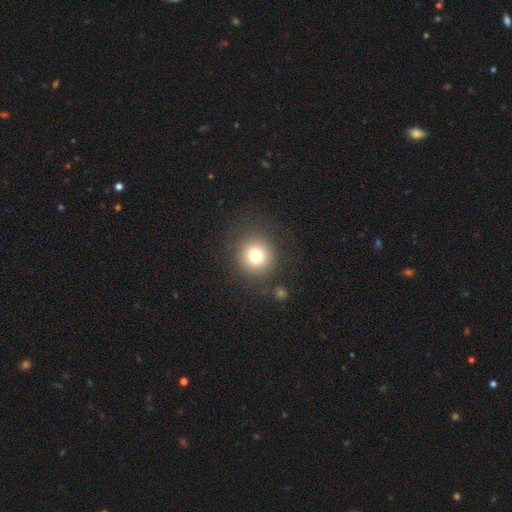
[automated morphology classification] Smooth or featured? smooth (76%)
How rounded? round (92%)
Merging? none (84%)